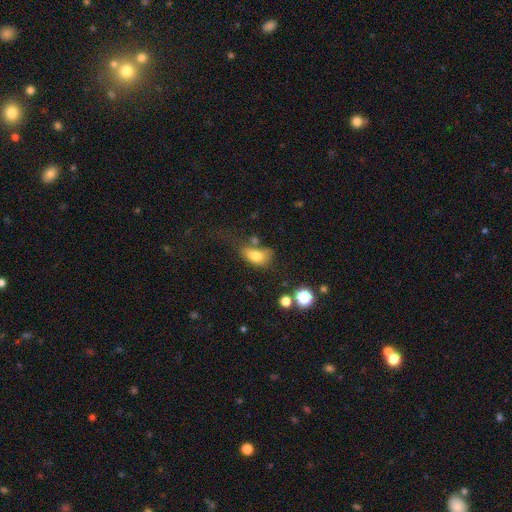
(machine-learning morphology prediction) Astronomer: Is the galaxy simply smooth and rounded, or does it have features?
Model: smooth — 76%.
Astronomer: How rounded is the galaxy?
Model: in between — 83%.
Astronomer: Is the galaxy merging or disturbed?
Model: none — 36% (runner-up: minor disturbance, 26%).